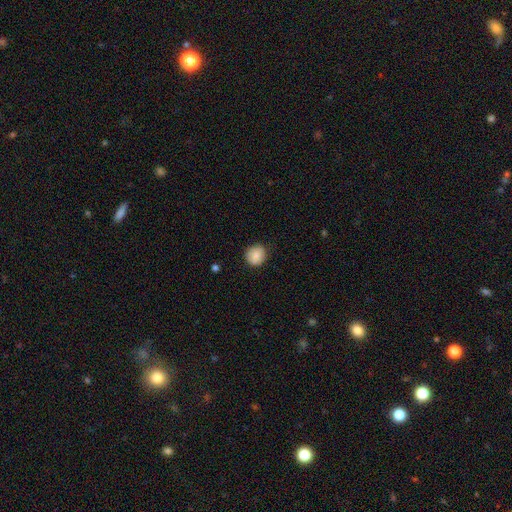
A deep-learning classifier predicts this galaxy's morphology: Smooth or featured?
  - smooth: 84% *
  - star or artifact: 8%
  - featured or disk: 8%
How rounded?
  - round: 87% *
  - in between: 12%
  - cigar-shaped: 1%
Merging?
  - none: 84% *
  - minor disturbance: 13%
  - major disturbance: 2%
  - merger: 1%